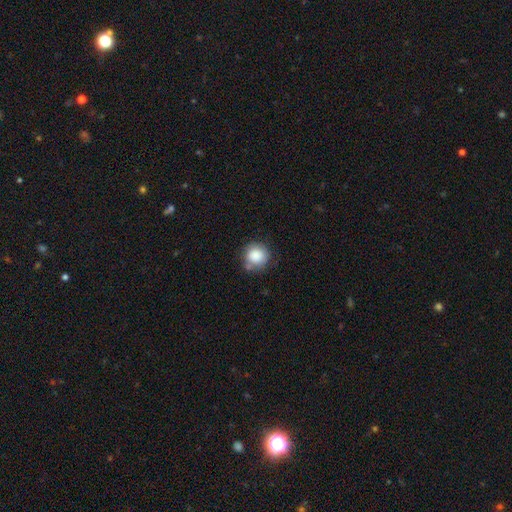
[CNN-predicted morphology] This is clearly a smooth galaxy (86%). How rounded: clearly round (91%). Merging: likely none (71%).